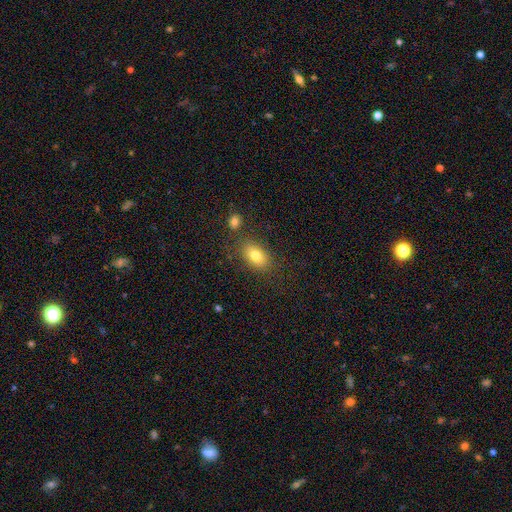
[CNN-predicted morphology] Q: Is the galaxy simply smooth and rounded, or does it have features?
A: smooth — 80%.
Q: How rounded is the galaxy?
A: in between — 88%.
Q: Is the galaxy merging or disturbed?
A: none — 78%.